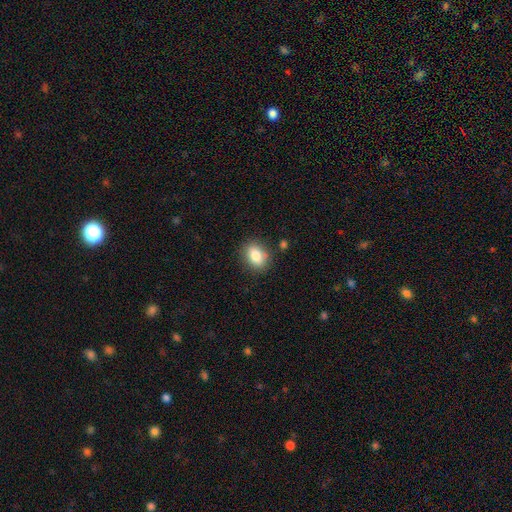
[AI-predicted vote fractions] Overall: smooth (83%). How rounded: in between (69%). Merging: none (84%).